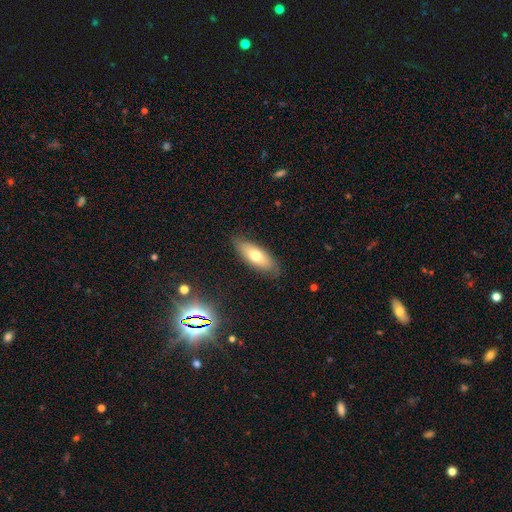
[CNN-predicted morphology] Smooth or featured: smooth — 65% (featured or disk — 28%)
How rounded: in between — 70% (cigar-shaped — 28%)
Merging: none — 83% (minor disturbance — 13%)